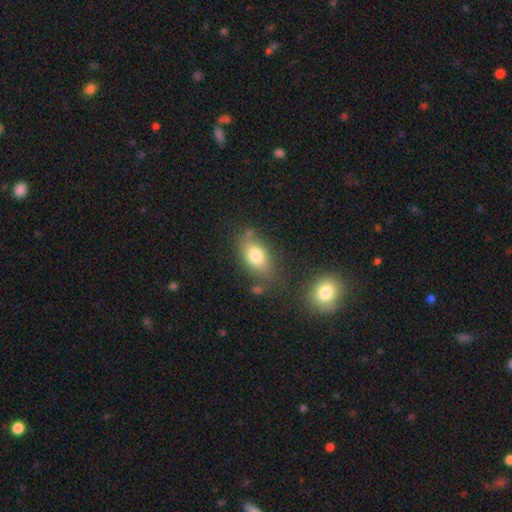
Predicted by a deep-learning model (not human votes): smooth 77%, featured or disk 14%, star or artifact 9%. Down the decision tree: how rounded — in between (85%); merging — none (71%).